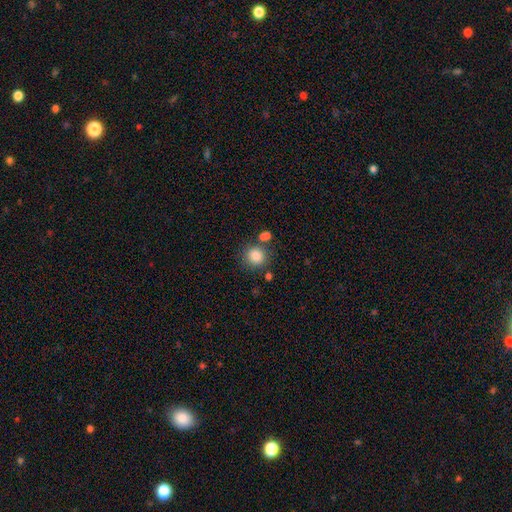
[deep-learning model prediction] Smooth or featured?
  - smooth: 84% *
  - star or artifact: 10%
  - featured or disk: 6%
How rounded?
  - round: 86% *
  - in between: 13%
  - cigar-shaped: 1%
Merging?
  - none: 73% *
  - merger: 12%
  - minor disturbance: 11%
  - major disturbance: 4%